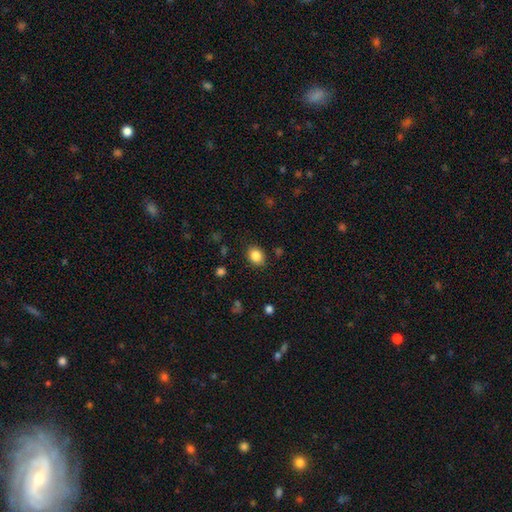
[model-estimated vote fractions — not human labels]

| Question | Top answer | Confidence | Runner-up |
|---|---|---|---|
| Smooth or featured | smooth | 86% | star or artifact (9%) |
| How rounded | in between | 54% | round (45%) |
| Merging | none | 86% | minor disturbance (9%) |